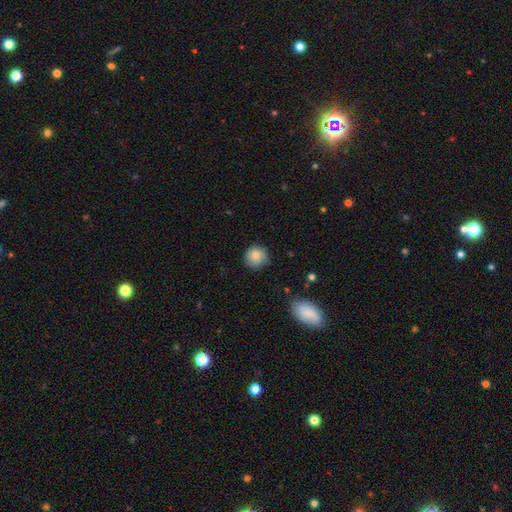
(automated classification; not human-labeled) Smooth or featured?
  - smooth: 83% *
  - featured or disk: 9%
  - star or artifact: 8%
How rounded?
  - round: 88% *
  - in between: 11%
  - cigar-shaped: 1%
Merging?
  - none: 77% *
  - minor disturbance: 18%
  - major disturbance: 4%
  - merger: 1%